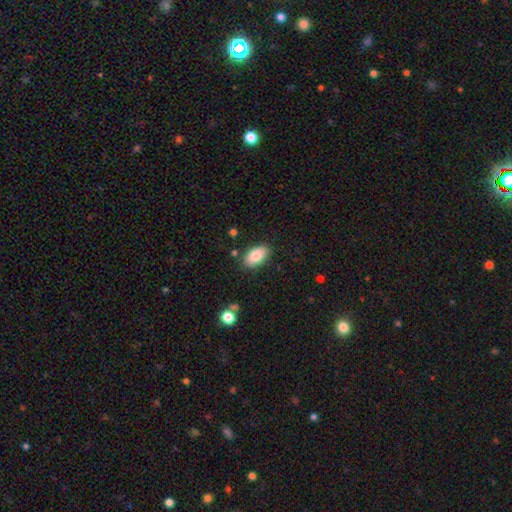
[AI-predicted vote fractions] Overall: smooth (81%). How rounded: in between (93%). Merging: none (84%).